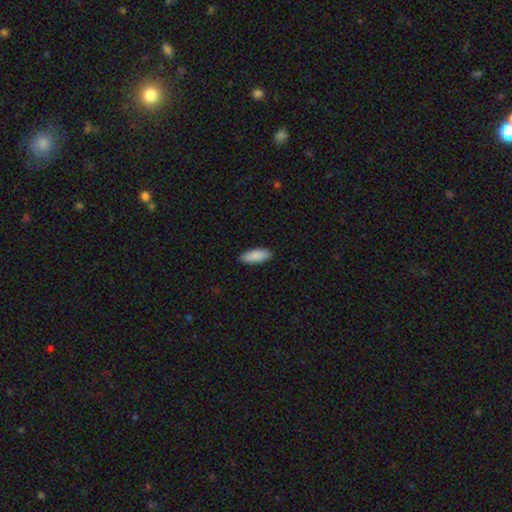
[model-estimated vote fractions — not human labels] Smooth or featured?
  - smooth: 90% *
  - star or artifact: 5%
  - featured or disk: 5%
How rounded?
  - in between: 76% *
  - cigar-shaped: 22%
  - round: 2%
Merging?
  - none: 89% *
  - minor disturbance: 9%
  - major disturbance: 2%
  - merger: 1%